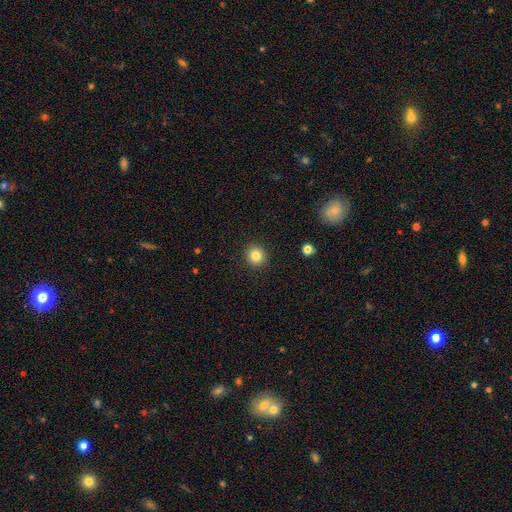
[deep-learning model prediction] Smooth or featured? smooth (83%)
How rounded? round (91%)
Merging? none (92%)